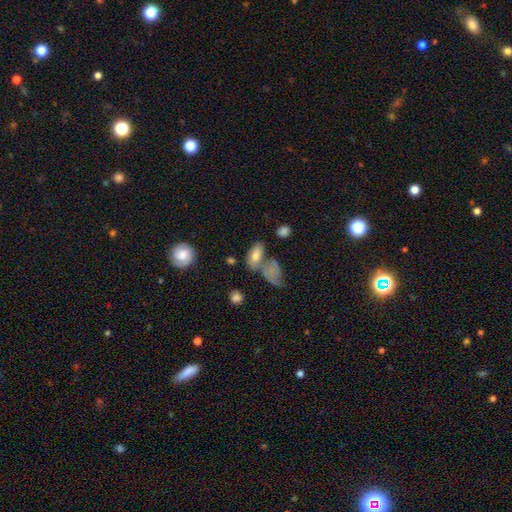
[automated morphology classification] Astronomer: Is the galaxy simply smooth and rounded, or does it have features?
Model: smooth — 72%.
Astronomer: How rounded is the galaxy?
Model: in between — 87%.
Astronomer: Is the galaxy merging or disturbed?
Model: none — 41% (runner-up: merger, 32%).